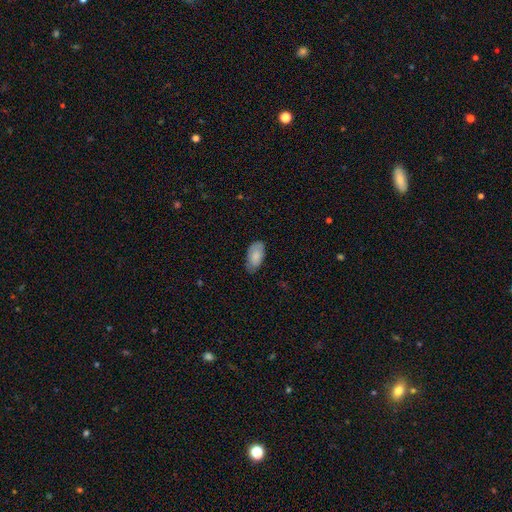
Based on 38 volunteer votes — Volunteers were most divided on "merging": none: 64%, minor disturbance: 19%, major disturbance: 14%, merger: 3%. More confident: how rounded — in between (93%); smooth or featured — smooth (79%).